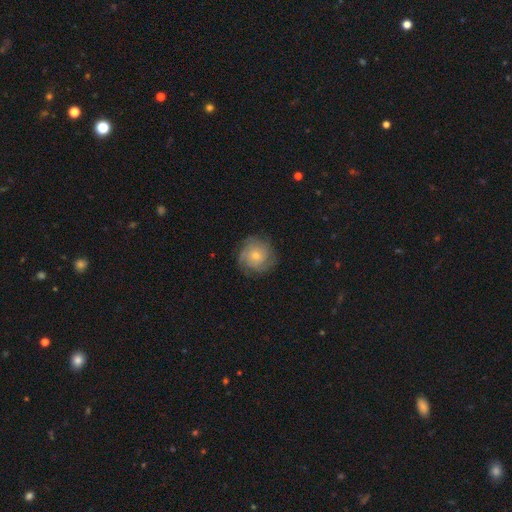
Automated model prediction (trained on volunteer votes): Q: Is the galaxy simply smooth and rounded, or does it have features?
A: featured or disk — 60%.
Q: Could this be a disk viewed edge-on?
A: no — 97%.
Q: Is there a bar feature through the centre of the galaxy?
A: no — 83%.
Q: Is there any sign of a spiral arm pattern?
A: yes — 88%.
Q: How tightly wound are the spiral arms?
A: tight — 62%.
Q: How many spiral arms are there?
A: can't tell — 38%.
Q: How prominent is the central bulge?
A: small — 58%.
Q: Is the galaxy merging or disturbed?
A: none — 79%.